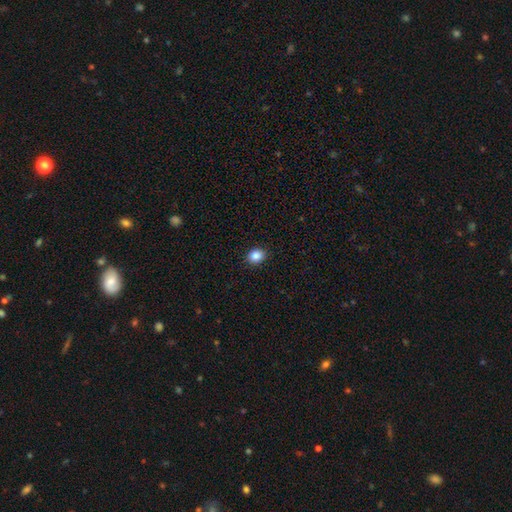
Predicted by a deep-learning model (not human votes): Overall: smooth (86%). How rounded: round (59%; in between 40%). Merging: none (90%).